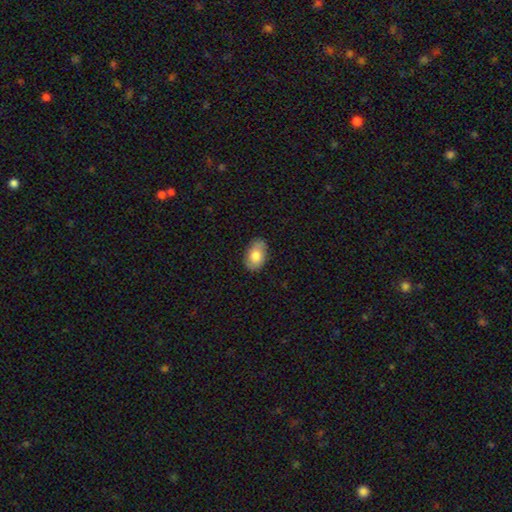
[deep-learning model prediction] smooth 78%, featured or disk 15%, star or artifact 7%. Down the decision tree: how rounded — in between (89%); merging — none (82%).